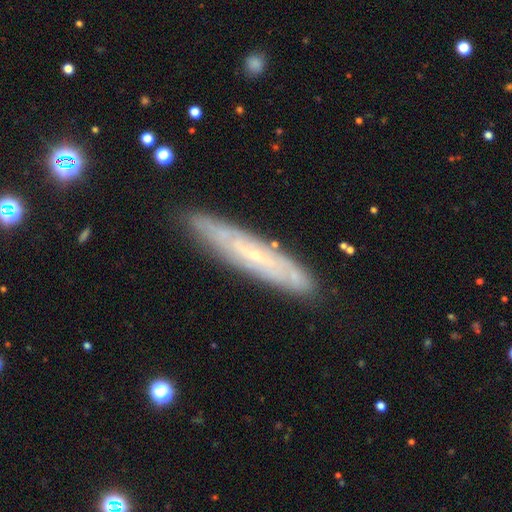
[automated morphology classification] Smooth or featured: featured or disk — 69% (smooth — 25%)
Edge-on disk: yes — 54% (no — 46%)
Merging: none — 84% (minor disturbance — 12%)